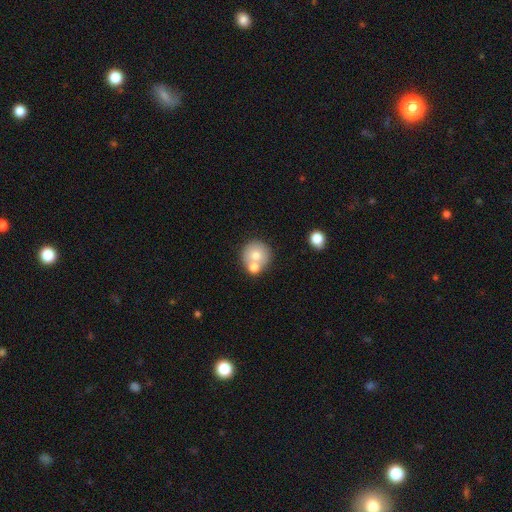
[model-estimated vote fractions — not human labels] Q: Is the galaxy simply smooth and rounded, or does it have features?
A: smooth — 70%.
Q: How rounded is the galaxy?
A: round — 91%.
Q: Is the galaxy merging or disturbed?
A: none — 50%.